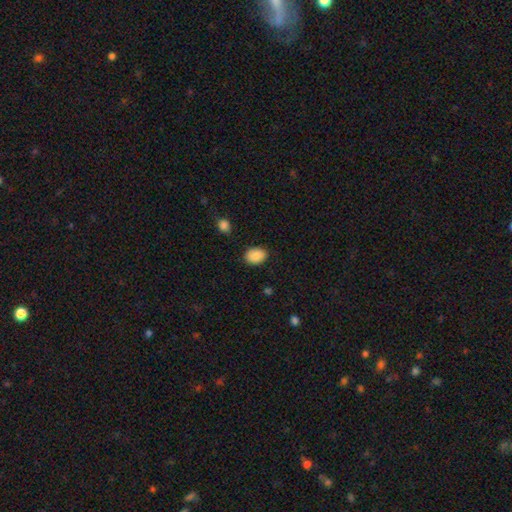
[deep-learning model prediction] The model was most divided on "how rounded": in between: 73%, round: 26%, cigar-shaped: 1%. More confident: smooth or featured — smooth (88%); merging — none (86%).